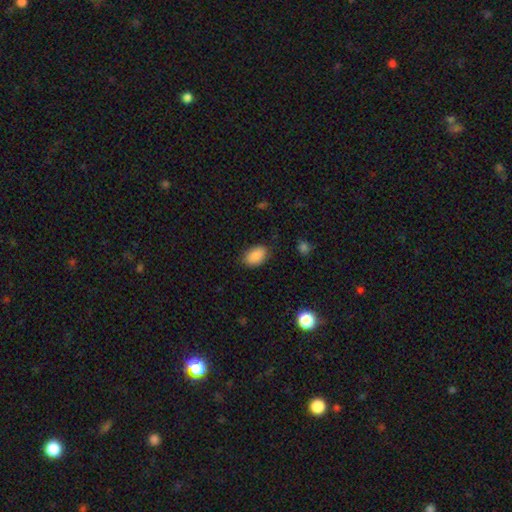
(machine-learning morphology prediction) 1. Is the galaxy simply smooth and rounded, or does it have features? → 89% smooth, 8% star or artifact, 4% featured or disk.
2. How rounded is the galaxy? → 89% in between, 9% round, 1% cigar-shaped.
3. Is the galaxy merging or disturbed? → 79% none, 17% minor disturbance, 4% major disturbance, 1% merger.